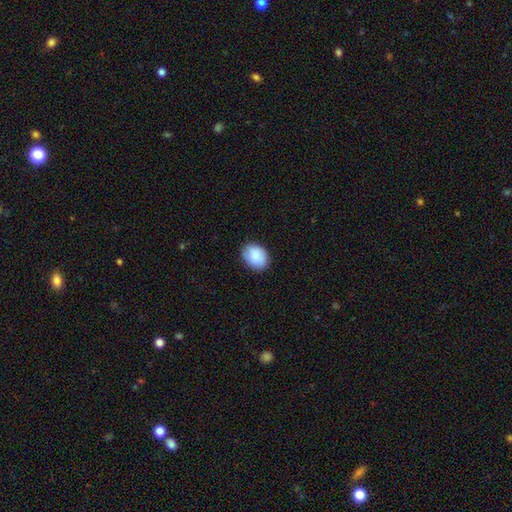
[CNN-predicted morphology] A smooth galaxy with no disk features (85%) that is in between round and cigar-shaped (66%).

Vote fractions:
- Smooth or featured? smooth: 85% / featured or disk: 8% / star or artifact: 6%
- How rounded? in between: 66% / round: 33% / cigar-shaped: 1%
- Merging? none: 84% / minor disturbance: 12% / major disturbance: 2% / merger: 1%